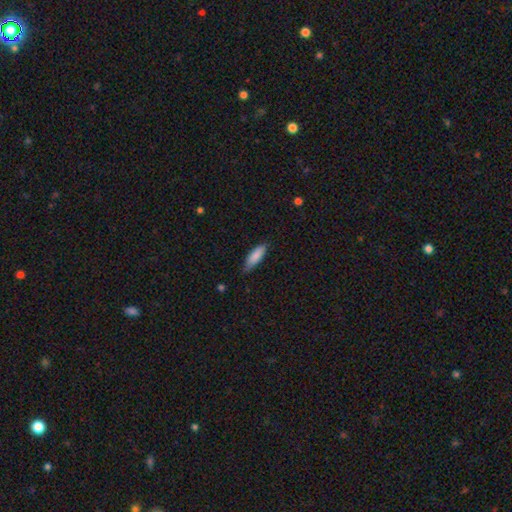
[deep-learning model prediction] The model was most divided on "how rounded": in between: 55%, cigar-shaped: 44%, round: 1%. More confident: smooth or featured — smooth (85%); merging — none (74%).